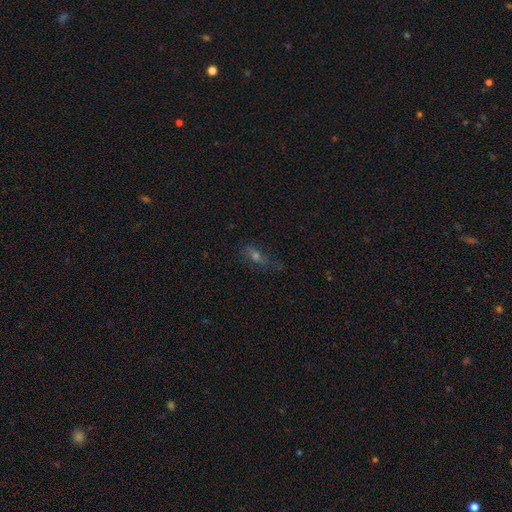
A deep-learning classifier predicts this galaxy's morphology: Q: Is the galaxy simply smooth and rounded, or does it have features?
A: smooth — 43%.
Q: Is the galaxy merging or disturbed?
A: none — 62%.